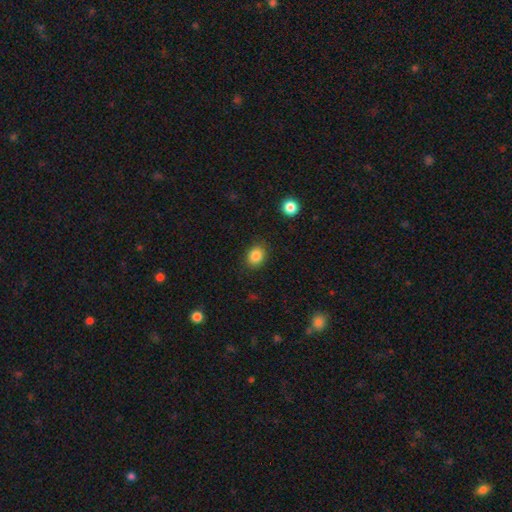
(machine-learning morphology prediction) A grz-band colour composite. It shows a smooth galaxy with no disk features (86%) that is round (58%). Merging: none (85%).